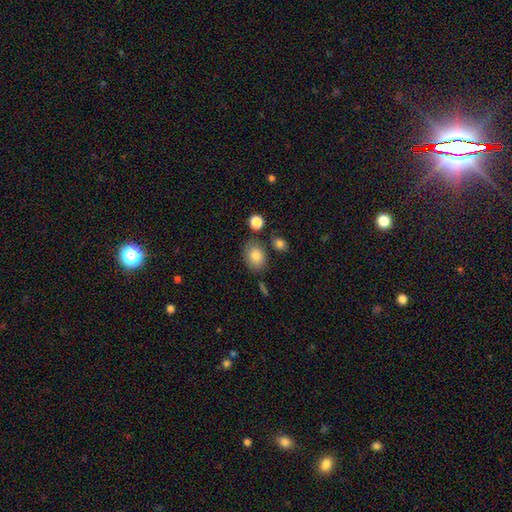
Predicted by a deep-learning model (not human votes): smooth-or-featured: smooth: 84% | star or artifact: 8% | featured or disk: 8%
  how-rounded: in between: 74% | round: 25% | cigar-shaped: 1%
  merging: none: 75% | minor disturbance: 14% | merger: 7% | major disturbance: 4%